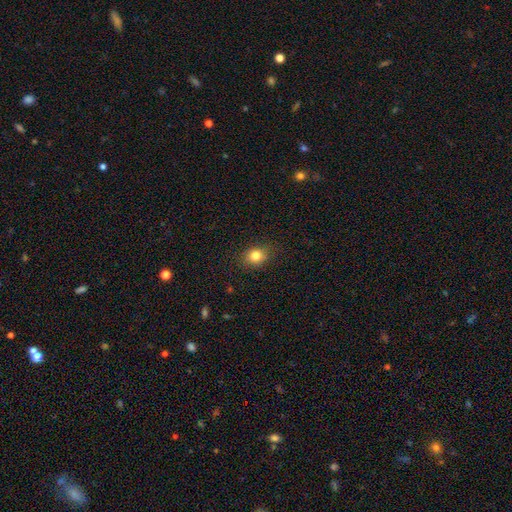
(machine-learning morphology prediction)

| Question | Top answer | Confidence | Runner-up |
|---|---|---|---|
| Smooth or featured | smooth | 82% | star or artifact (11%) |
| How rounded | round | 58% | in between (40%) |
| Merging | none | 84% | minor disturbance (12%) |